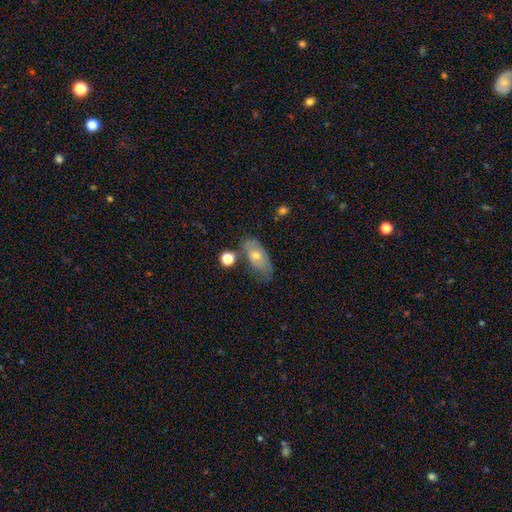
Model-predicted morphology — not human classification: Smooth or featured?
  - smooth: 53% *
  - featured or disk: 38%
  - star or artifact: 9%
How rounded?
  - in between: 86% *
  - cigar-shaped: 8%
  - round: 7%
Merging?
  - none: 47% *
  - minor disturbance: 31%
  - major disturbance: 12%
  - merger: 10%